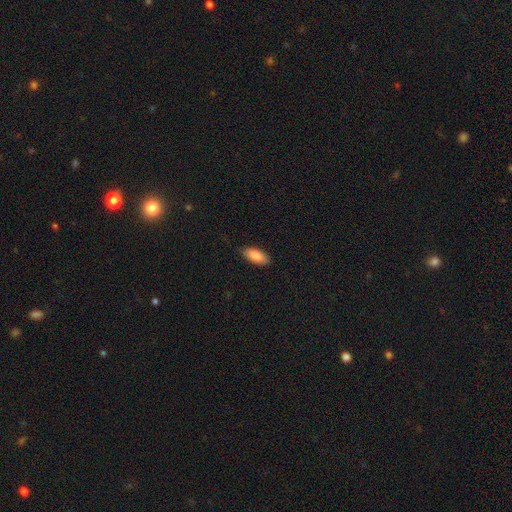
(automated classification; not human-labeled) Smooth or featured: smooth — 87% (featured or disk — 7%)
How rounded: in between — 87% (cigar-shaped — 11%)
Merging: none — 83% (minor disturbance — 13%)